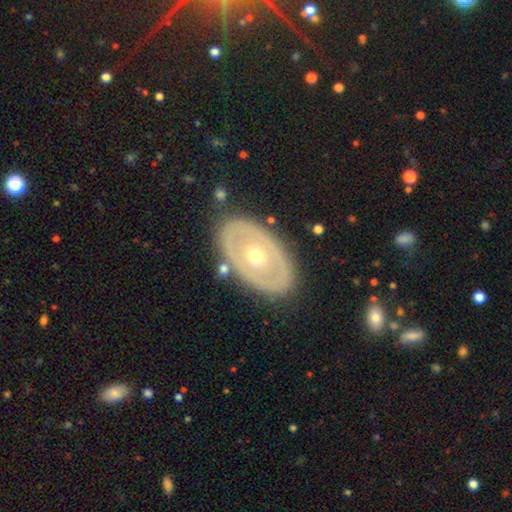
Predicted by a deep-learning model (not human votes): A featured or disk galaxy (64%) with no bar (91%), no spiral arms (88%) and a moderate central bulge (58%).

Vote fractions:
- Smooth or featured? featured or disk: 64% / smooth: 31% / star or artifact: 5%
- Edge-on disk? no: 89% / yes: 11%
- Bar? no: 91% / weak: 6% / strong: 3%
- Spiral arms? no: 88% / yes: 12%
- Bulge size? moderate: 58% / small: 38% / large: 2% / dominant: 1% / none: 1%
- Merging? none: 85% / minor disturbance: 10% / major disturbance: 3% / merger: 2%